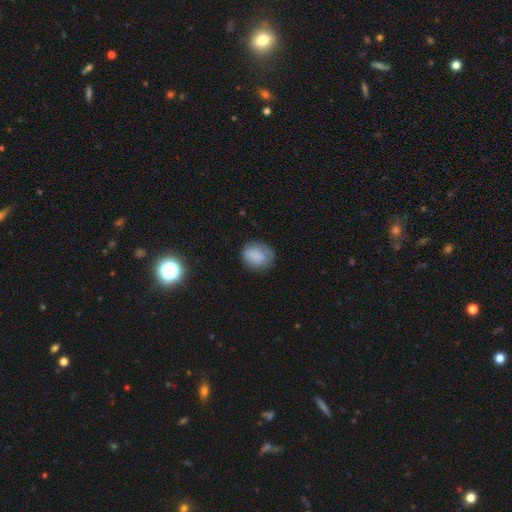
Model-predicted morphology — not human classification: Smooth or featured? Predicted: smooth (p=0.79). How rounded? Predicted: round (p=0.50). Merging? Predicted: none (p=0.61).